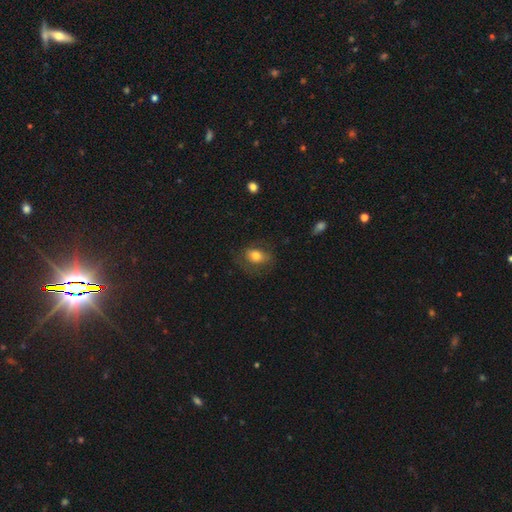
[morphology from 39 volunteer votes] smooth 79%, featured or disk 18%, star or artifact 3%. Down the decision tree: how rounded — in between (71%); merging — none (50%).